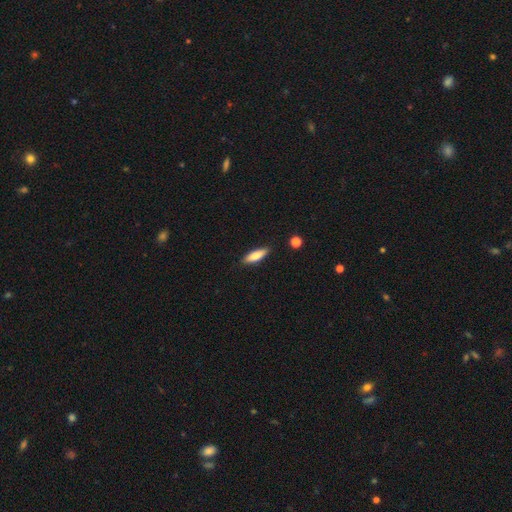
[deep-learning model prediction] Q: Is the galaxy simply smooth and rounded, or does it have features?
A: smooth — 77%.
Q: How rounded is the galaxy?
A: cigar-shaped — 53%.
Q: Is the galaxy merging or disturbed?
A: none — 86%.